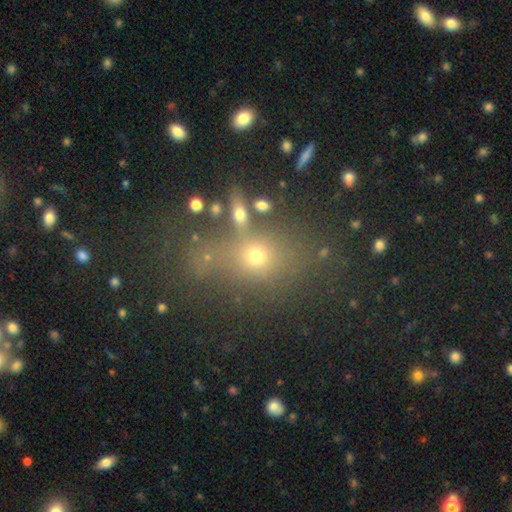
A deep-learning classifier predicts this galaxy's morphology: Smooth or featured: smooth — 55% (star or artifact — 30%)
How rounded: round — 50% (in between — 45%)
Merging: none — 70% (minor disturbance — 13%)